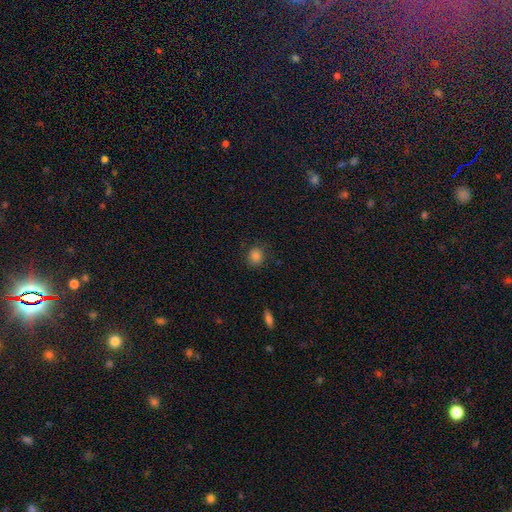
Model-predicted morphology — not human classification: A smooth galaxy with no disk features (84%) that is round (79%). Merging: none (84%).